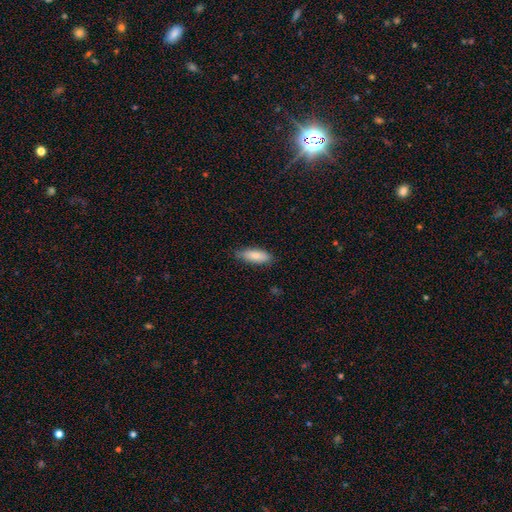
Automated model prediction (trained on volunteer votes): Q: Smooth or featured?
A: smooth (83%); runner-up: featured or disk (11%)
Q: How rounded?
A: in between (70%); runner-up: cigar-shaped (28%)
Q: Merging?
A: none (81%); runner-up: minor disturbance (15%)